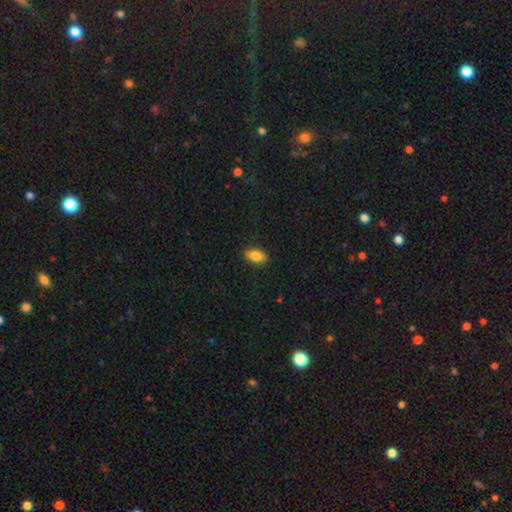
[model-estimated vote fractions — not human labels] Overall: smooth (87%). How rounded: in between (91%). Merging: none (88%).